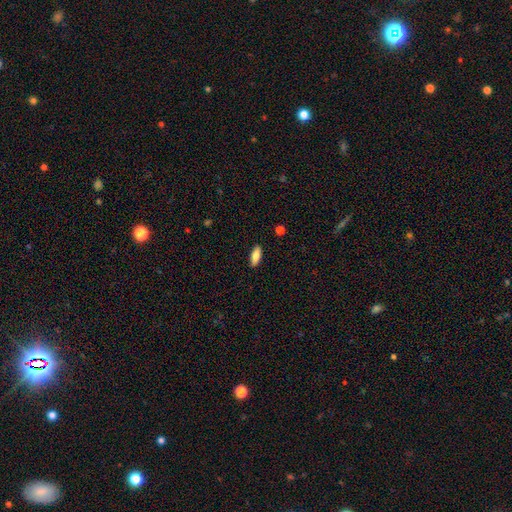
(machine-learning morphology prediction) The model was most divided on "how rounded": in between: 73%, cigar-shaped: 24%, round: 2%. More confident: merging — none (89%); smooth or featured — smooth (77%).